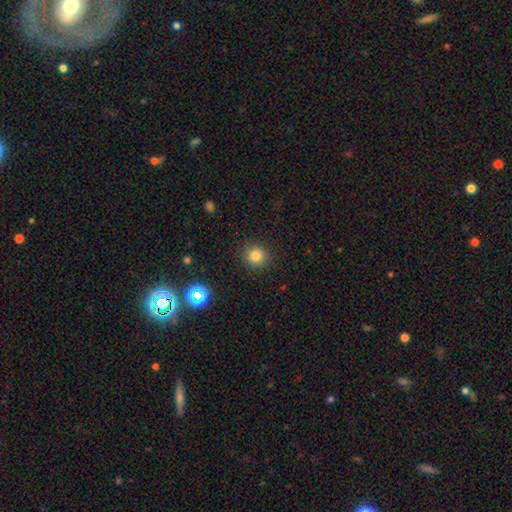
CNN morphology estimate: Smooth or featured? smooth (80%)
How rounded? round (91%)
Merging? none (90%)